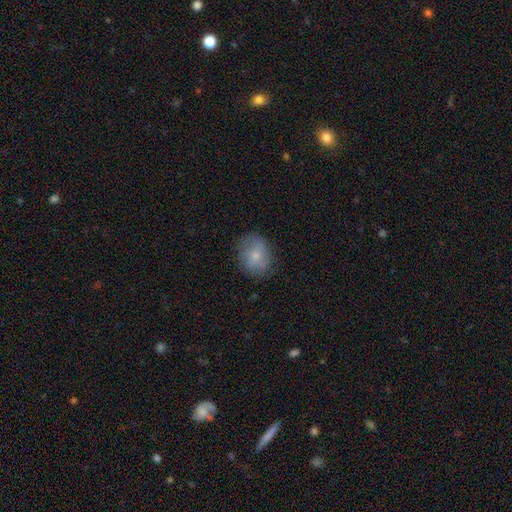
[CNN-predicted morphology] A smooth galaxy with no disk features (71%) that is round (57%).

Vote fractions:
- Smooth or featured? smooth: 71% / featured or disk: 22% / star or artifact: 8%
- How rounded? round: 57% / in between: 42% / cigar-shaped: 1%
- Merging? none: 77% / minor disturbance: 17% / major disturbance: 5% / merger: 1%